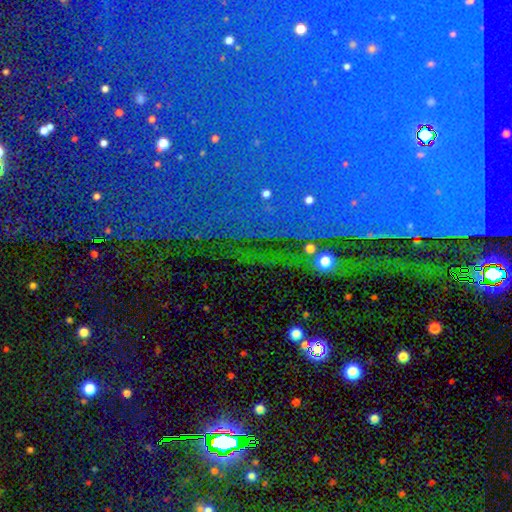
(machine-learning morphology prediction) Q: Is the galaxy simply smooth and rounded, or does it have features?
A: star or artifact — 85%.